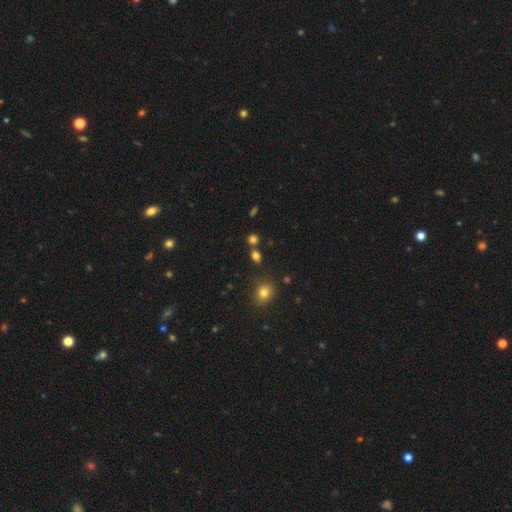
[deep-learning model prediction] A smooth galaxy with no disk features (77%) that is round (65%). Merging: none (70%).